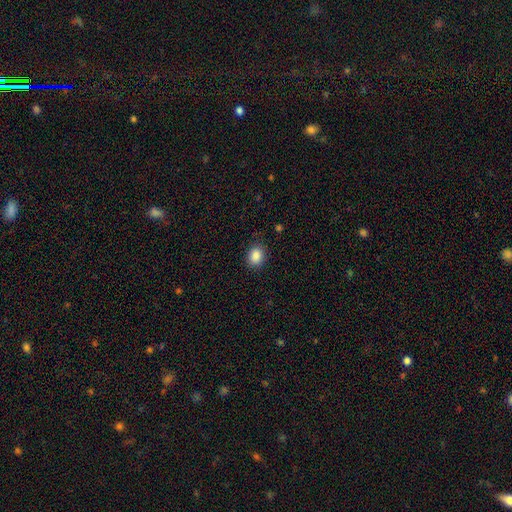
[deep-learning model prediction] smooth-or-featured: smooth: 87% | star or artifact: 9% | featured or disk: 4%
  how-rounded: in between: 51% | round: 48% | cigar-shaped: 1%
  merging: none: 85% | minor disturbance: 11% | major disturbance: 3% | merger: 1%